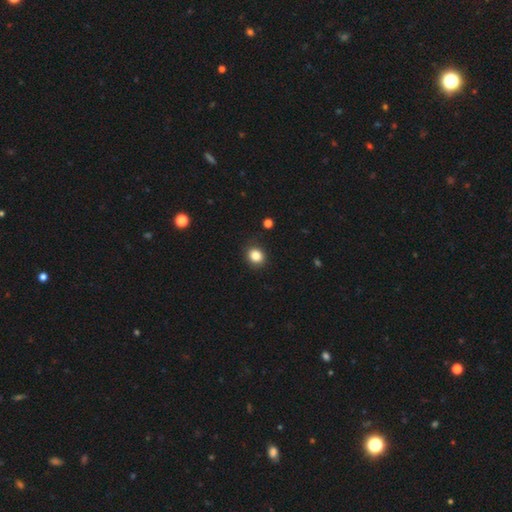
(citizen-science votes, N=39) Q: Smooth or featured?
A: smooth (95%); runner-up: featured or disk (3%)
Q: How rounded?
A: round (57%); runner-up: in between (43%)
Q: Merging?
A: none (84%); runner-up: minor disturbance (13%)